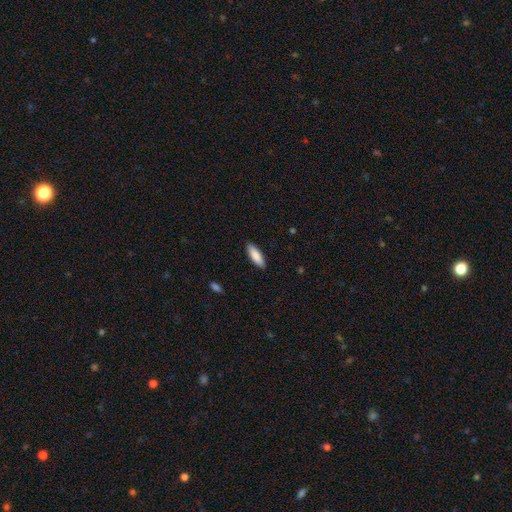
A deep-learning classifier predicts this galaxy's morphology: smooth 86%, featured or disk 8%, star or artifact 5%. Down the decision tree: how rounded — in between (55%); merging — none (89%).